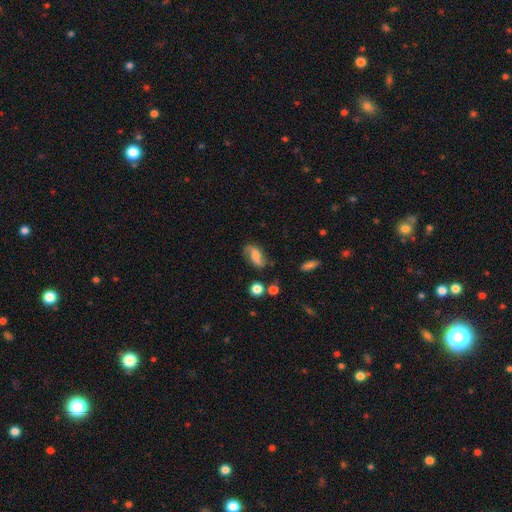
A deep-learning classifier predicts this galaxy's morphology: Smooth or featured? featured or disk (58%)
Edge-on disk? no (94%)
Bar? no (41%)
Spiral arms? yes (90%)
Bulge size? moderate (33%)
Merging? none (67%)